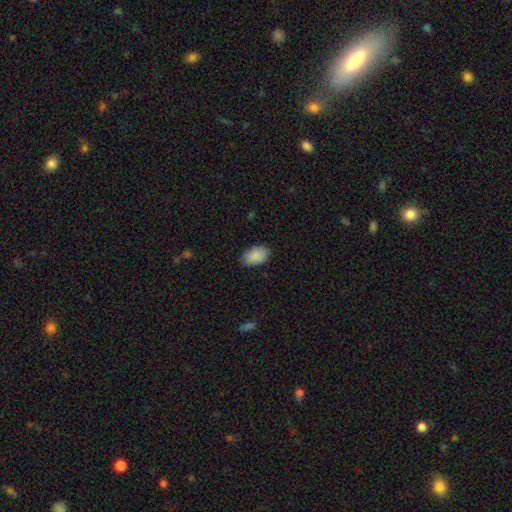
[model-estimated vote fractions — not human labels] smooth_or_featured: smooth (p=0.89) [alt: star or artifact p=0.06]
how_rounded: in between (p=0.93) [alt: round p=0.06]
merging: none (p=0.86) [alt: minor disturbance p=0.11]